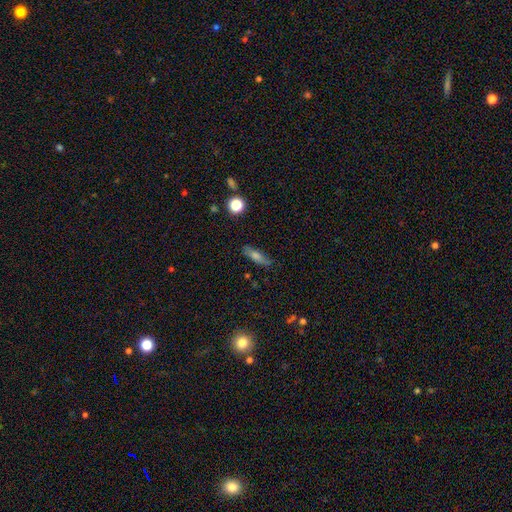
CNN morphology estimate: This is likely a smooth galaxy (62%). How rounded: possibly cigar-shaped (58%). Merging: clearly none (81%).